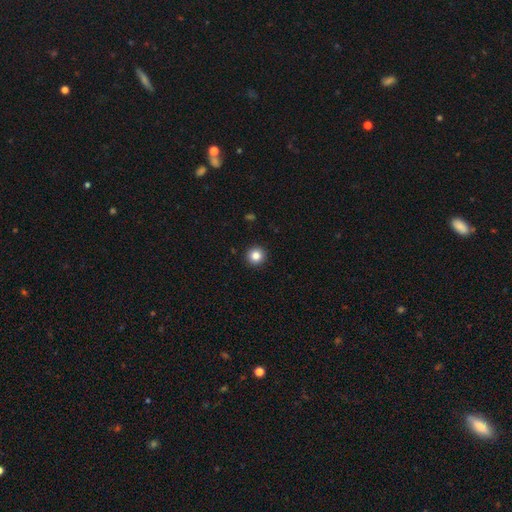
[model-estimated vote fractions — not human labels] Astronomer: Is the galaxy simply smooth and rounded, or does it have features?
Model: smooth — 85%.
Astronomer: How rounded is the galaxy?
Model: round — 96%.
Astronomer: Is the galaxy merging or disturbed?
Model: none — 93%.